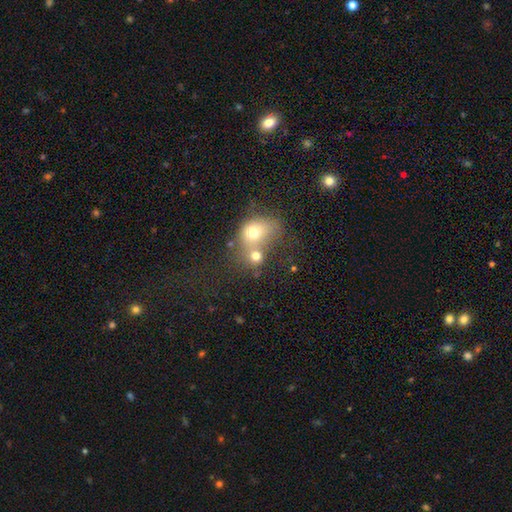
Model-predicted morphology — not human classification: Overall: smooth (69%). How rounded: round (65%; in between 33%). Merging: merger (60%; none 25%).